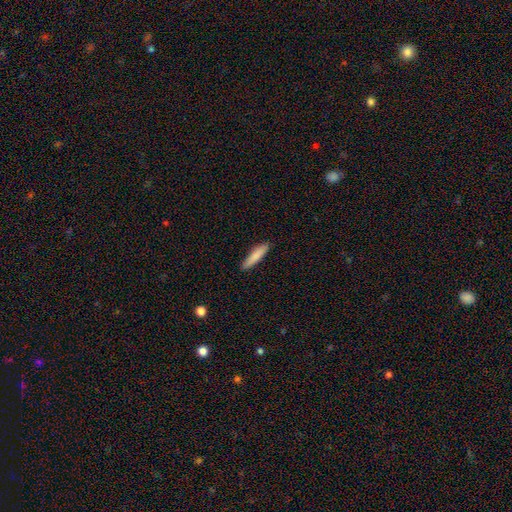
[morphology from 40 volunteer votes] smooth_or_featured: smooth (p=0.72) [alt: featured or disk p=0.20]
how_rounded: cigar-shaped (p=0.93) [alt: in between p=0.07]
merging: none (p=0.78) [alt: minor disturbance p=0.16]